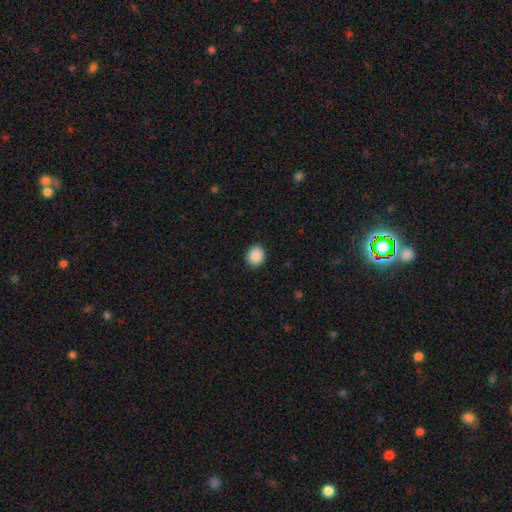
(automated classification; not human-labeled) A smooth galaxy with no disk features (90%) that is round (78%).

Vote fractions:
- Smooth or featured? smooth: 90% / star or artifact: 8% / featured or disk: 2%
- How rounded? round: 78% / in between: 22% / cigar-shaped: 1%
- Merging? none: 90% / minor disturbance: 7% / major disturbance: 2% / merger: 1%